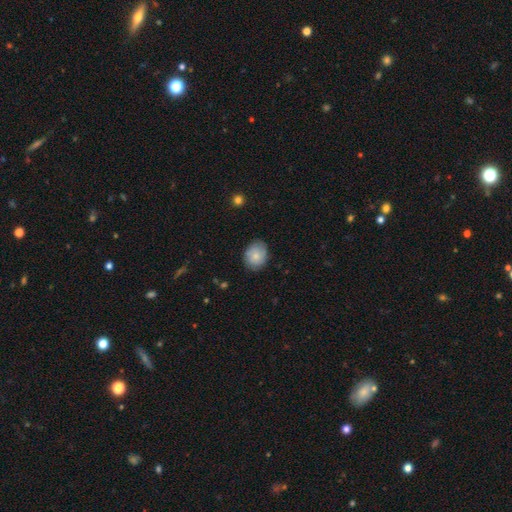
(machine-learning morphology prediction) The model was most divided on "how rounded": round: 55%, in between: 44%, cigar-shaped: 1%. More confident: merging — none (76%); smooth or featured — smooth (74%).